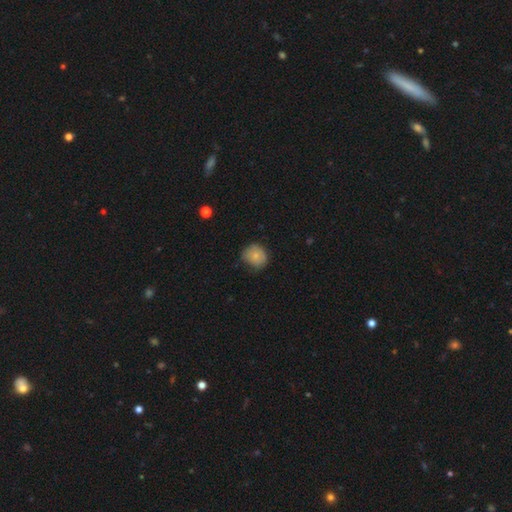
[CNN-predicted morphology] Overall: smooth (78%). How rounded: round (76%). Merging: none (60%; minor disturbance 32%).